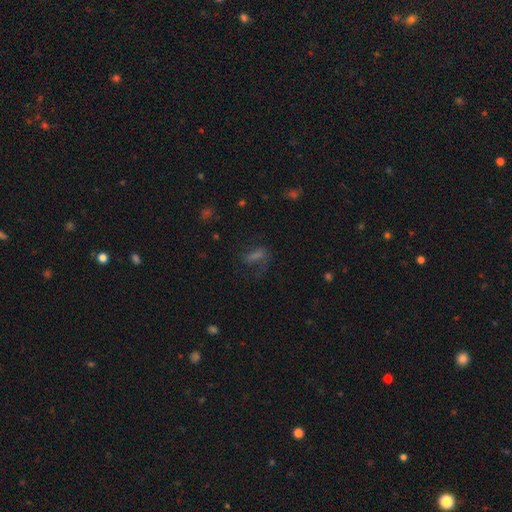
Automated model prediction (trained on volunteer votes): smooth-or-featured: smooth: 38% | featured or disk: 34% | star or artifact: 28%
  merging: none: 54% | major disturbance: 25% | minor disturbance: 18% | merger: 3%